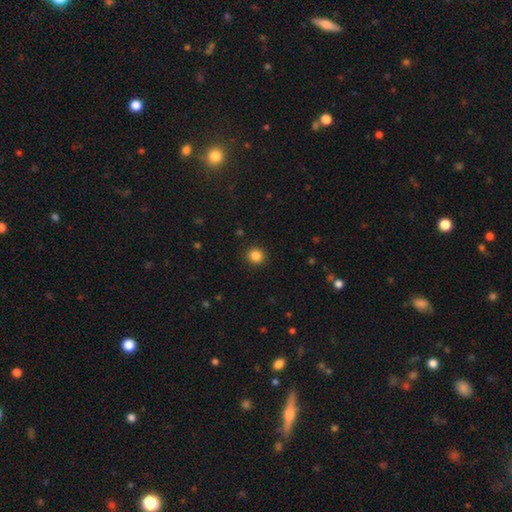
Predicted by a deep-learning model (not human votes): Smooth or featured? smooth (86%)
How rounded? round (91%)
Merging? none (92%)